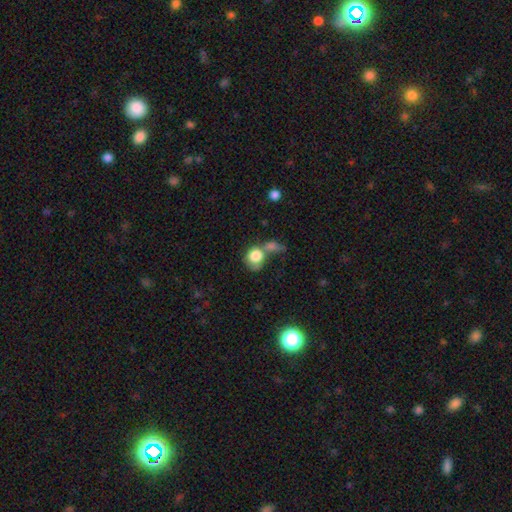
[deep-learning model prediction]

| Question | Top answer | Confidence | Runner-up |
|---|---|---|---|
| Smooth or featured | smooth | 80% | featured or disk (11%) |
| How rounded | round | 66% | in between (32%) |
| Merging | merger | 48% | none (26%) |